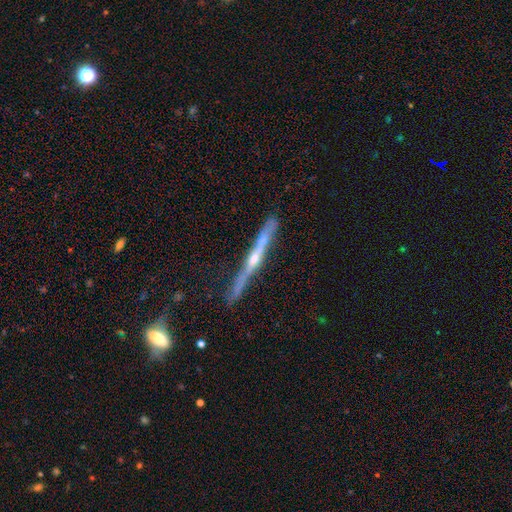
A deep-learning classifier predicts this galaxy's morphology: Smooth or featured?
  - featured or disk: 79% *
  - smooth: 14%
  - star or artifact: 6%
Edge-on disk?
  - yes: 97% *
  - no: 3%
Edge-on bulge?
  - rounded: 77% *
  - none: 18%
  - boxy: 5%
Merging?
  - none: 78% *
  - minor disturbance: 15%
  - merger: 4%
  - major disturbance: 3%